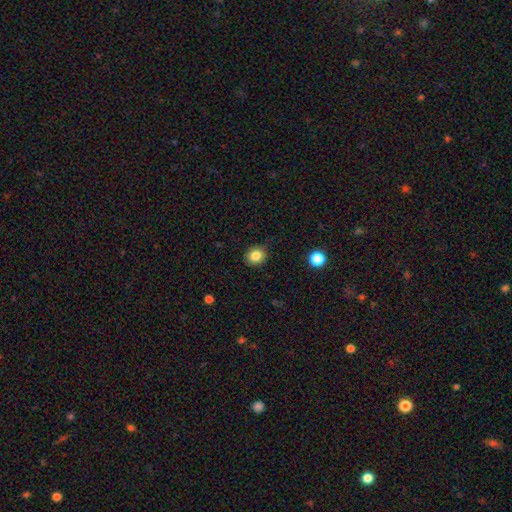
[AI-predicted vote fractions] smooth 84%, star or artifact 11%, featured or disk 6%. Down the decision tree: how rounded — round (73%); merging — none (84%).